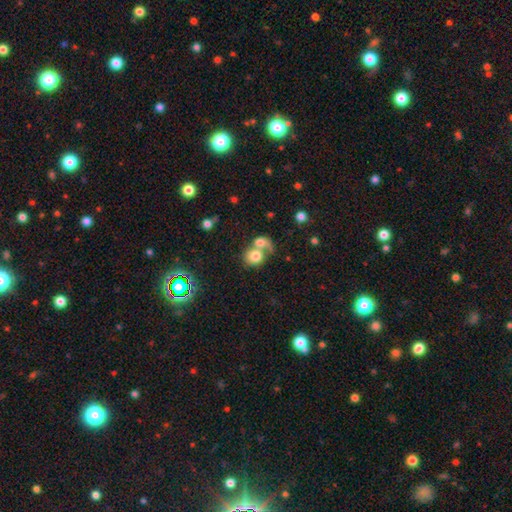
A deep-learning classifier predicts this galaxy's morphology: Smooth or featured? Predicted: smooth (p=0.72). How rounded? Predicted: round (p=0.70). Merging? Predicted: merger (p=0.66).